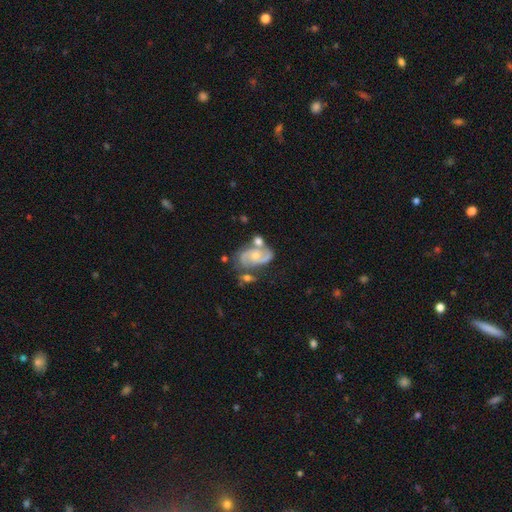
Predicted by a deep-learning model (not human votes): Morphology: type=featured or disk (81%); edge-on=no (97%); bar=no (65%); spiral arms=yes (94%); winding=medium (53%); arm count=2 (84%); bulge=small (50%); merging=none (44%).